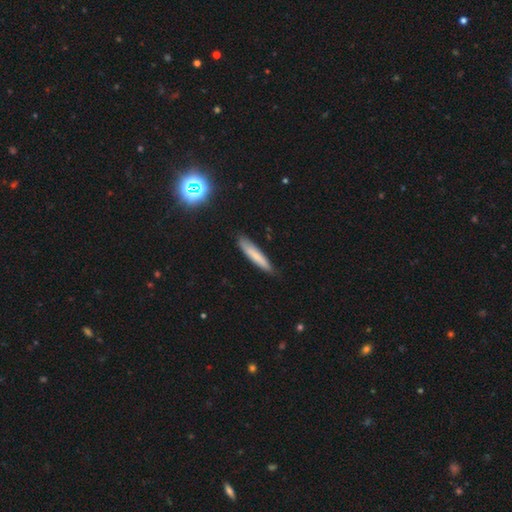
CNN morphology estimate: smooth-or-featured: smooth: 72% | featured or disk: 21% | star or artifact: 7%
  how-rounded: cigar-shaped: 89% | in between: 10% | round: 1%
  merging: none: 81% | minor disturbance: 15% | major disturbance: 2% | merger: 1%